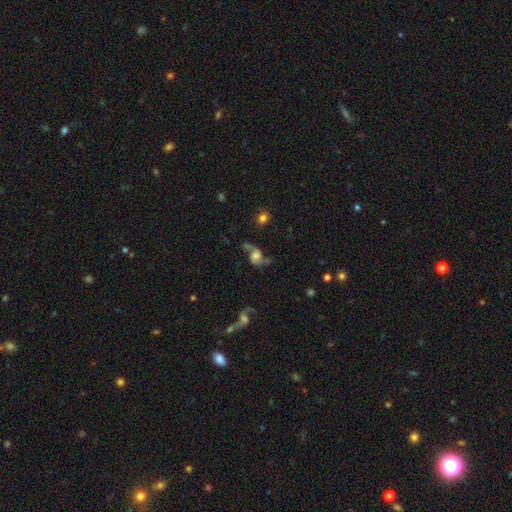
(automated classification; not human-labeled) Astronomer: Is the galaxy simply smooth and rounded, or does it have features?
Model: featured or disk — 75%.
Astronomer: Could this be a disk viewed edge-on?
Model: no — 96%.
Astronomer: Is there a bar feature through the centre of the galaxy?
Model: no — 62%.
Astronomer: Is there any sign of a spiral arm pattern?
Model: yes — 92%.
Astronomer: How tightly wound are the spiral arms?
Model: loose — 74%.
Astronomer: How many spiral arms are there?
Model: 2 — 90%.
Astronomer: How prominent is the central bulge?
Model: moderate — 38% (runner-up: large, 26%).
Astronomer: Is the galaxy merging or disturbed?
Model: none — 57%.